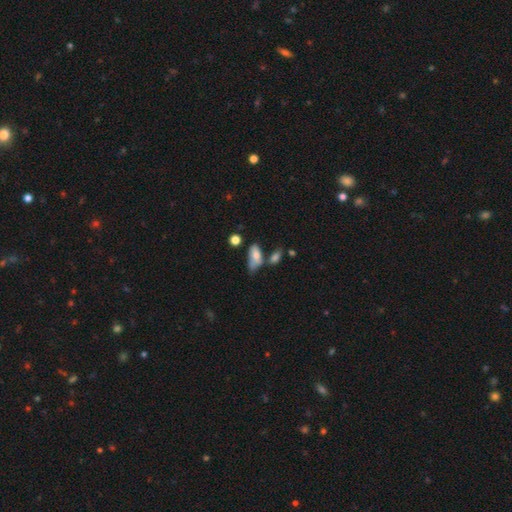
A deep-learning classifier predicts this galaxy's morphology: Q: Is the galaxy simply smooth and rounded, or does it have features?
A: smooth — 72%.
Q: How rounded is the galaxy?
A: in between — 84%.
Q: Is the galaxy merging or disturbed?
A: none — 38%.